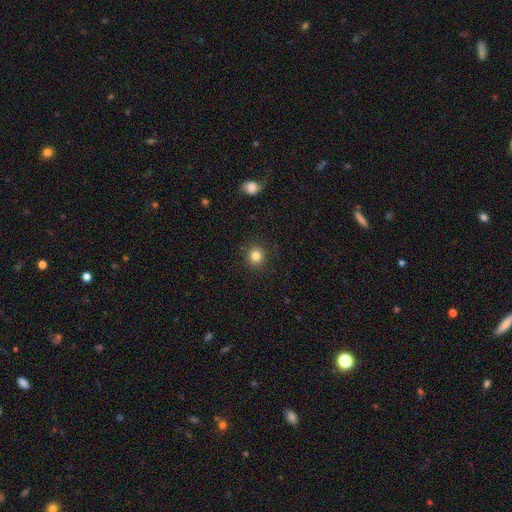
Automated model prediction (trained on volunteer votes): Smooth or featured: smooth — 83% (star or artifact — 12%)
How rounded: round — 90% (in between — 9%)
Merging: none — 91% (minor disturbance — 6%)